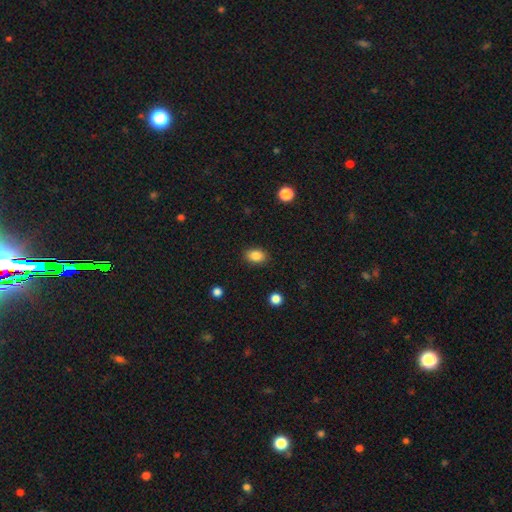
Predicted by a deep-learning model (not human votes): smooth 86%, star or artifact 9%, featured or disk 5%. Down the decision tree: how rounded — in between (78%); merging — none (87%).